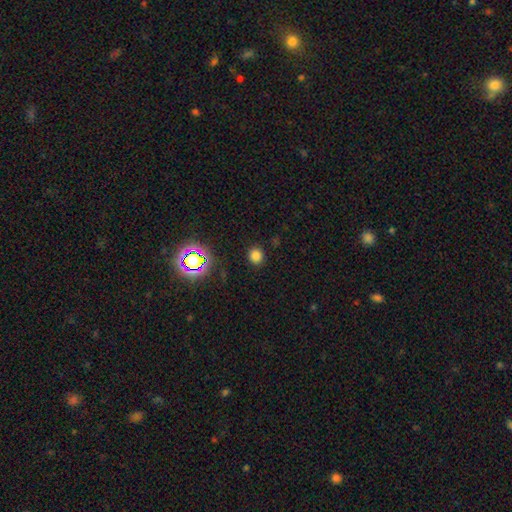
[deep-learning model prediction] smooth_or_featured: smooth (p=0.77) [alt: star or artifact p=0.18]
how_rounded: round (p=0.85) [alt: in between p=0.14]
merging: none (p=0.89) [alt: minor disturbance p=0.07]